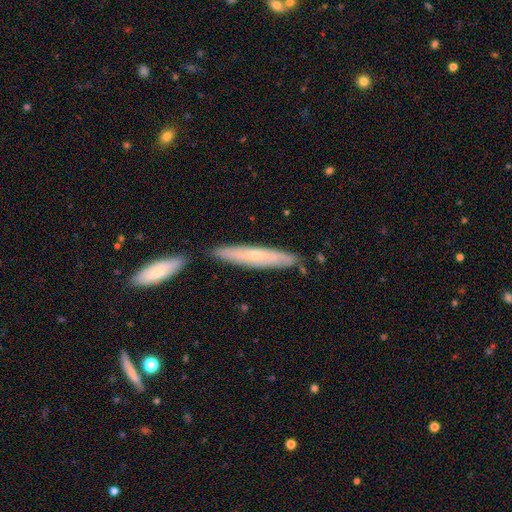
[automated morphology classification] Q: Smooth or featured?
A: smooth (49%); runner-up: featured or disk (45%)
Q: Merging?
A: none (72%); runner-up: minor disturbance (13%)